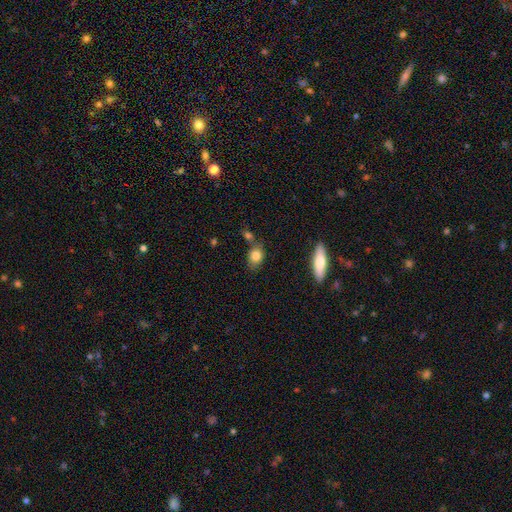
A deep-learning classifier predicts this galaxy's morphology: Smooth or featured? smooth (83%)
How rounded? in between (62%)
Merging? none (60%)